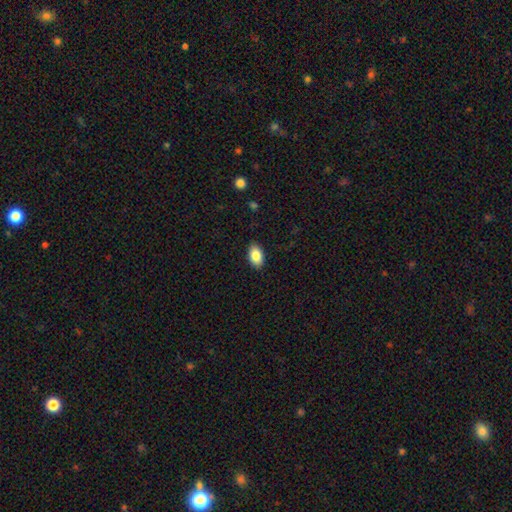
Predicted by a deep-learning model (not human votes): Morphology: type=smooth (86%); roundness=in between (92%); merging=none (88%).